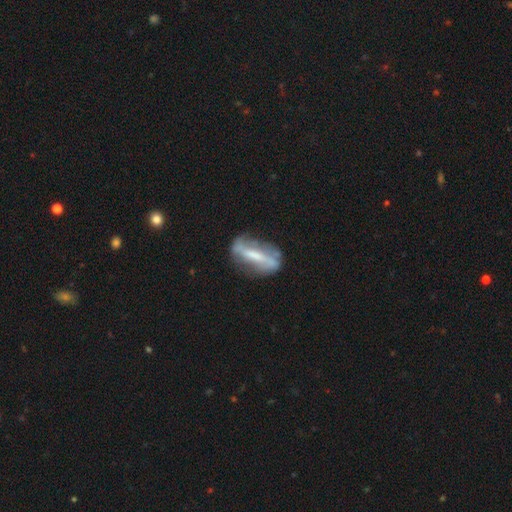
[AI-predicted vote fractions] A featured or disk galaxy (66%) with a strong bar (65%), spiral arms (61%) and a small central bulge (33%, tied with moderate).

Vote fractions:
- Smooth or featured? featured or disk: 66% / smooth: 26% / star or artifact: 8%
- Edge-on disk? no: 77% / yes: 23%
- Bar? strong: 65% / weak: 21% / no: 13%
- Spiral arms? yes: 61% / no: 39%
- Bulge size? small: 33% (tied) / moderate: 33% (tied) / none: 23% / large: 8% / dominant: 2%
- Merging? none: 62% / minor disturbance: 22% / major disturbance: 12% / merger: 4%